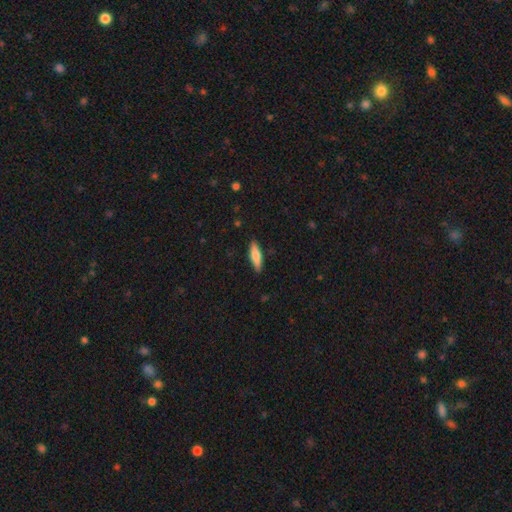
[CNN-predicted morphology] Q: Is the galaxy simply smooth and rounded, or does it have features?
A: smooth — 72%.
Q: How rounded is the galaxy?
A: cigar-shaped — 61%.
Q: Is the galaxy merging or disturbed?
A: none — 88%.